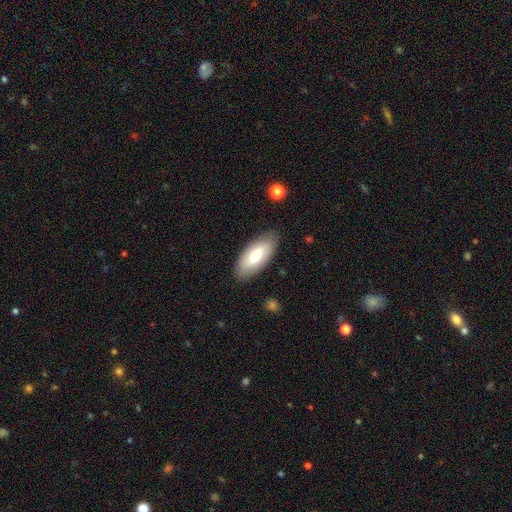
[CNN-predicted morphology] Smooth or featured? Predicted: smooth (p=0.67). How rounded? Predicted: in between (p=0.87). Merging? Predicted: none (p=0.86).